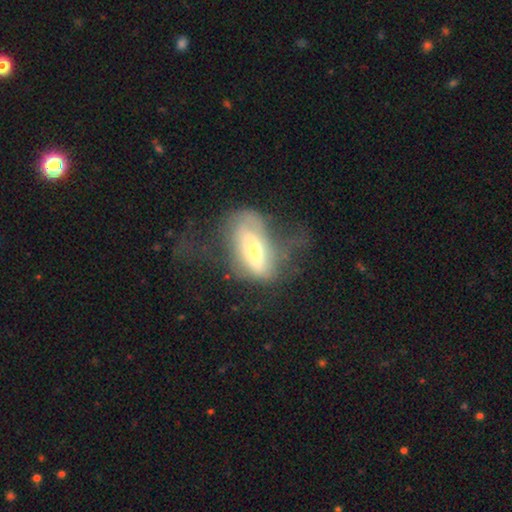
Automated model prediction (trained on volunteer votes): A featured or disk galaxy (52%).

Vote fractions:
- Smooth or featured? featured or disk: 52% / smooth: 37% / star or artifact: 11%
- Edge-on disk? no: 78% / yes: 22%
- Merging? major disturbance: 43% / none: 30% / minor disturbance: 24% / merger: 4%